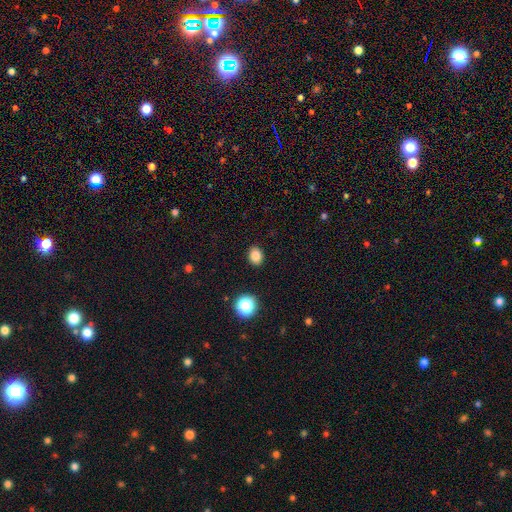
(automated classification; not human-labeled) A smooth galaxy with no disk features (84%) that is in between round and cigar-shaped (58%). Merging: none (89%).